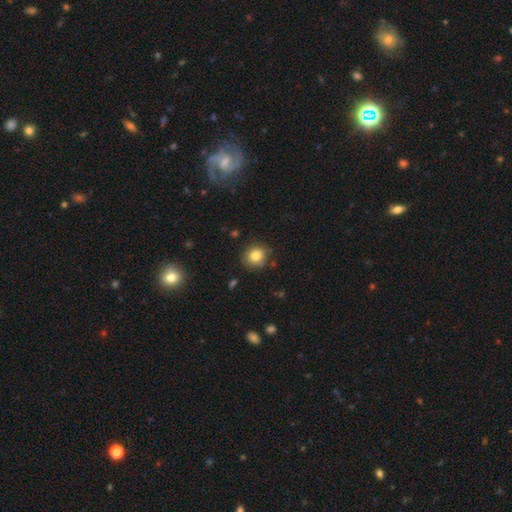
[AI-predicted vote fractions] Smooth or featured?
  - smooth: 82% *
  - star or artifact: 10%
  - featured or disk: 8%
How rounded?
  - round: 84% *
  - in between: 15%
  - cigar-shaped: 1%
Merging?
  - none: 82% *
  - minor disturbance: 13%
  - major disturbance: 3%
  - merger: 2%